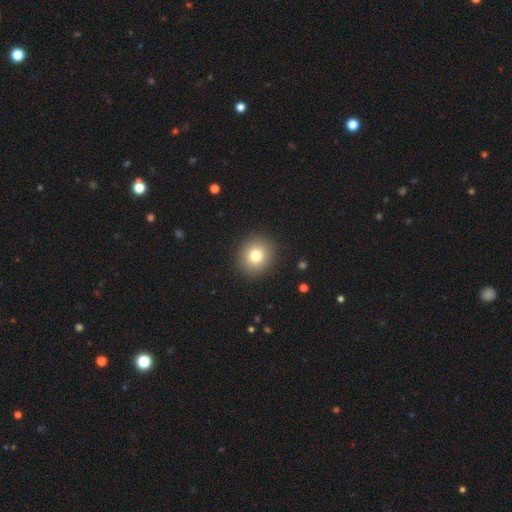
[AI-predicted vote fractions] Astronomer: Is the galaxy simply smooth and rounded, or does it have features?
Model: smooth — 79%.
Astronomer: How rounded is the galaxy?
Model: round — 86%.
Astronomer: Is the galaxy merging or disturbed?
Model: none — 91%.